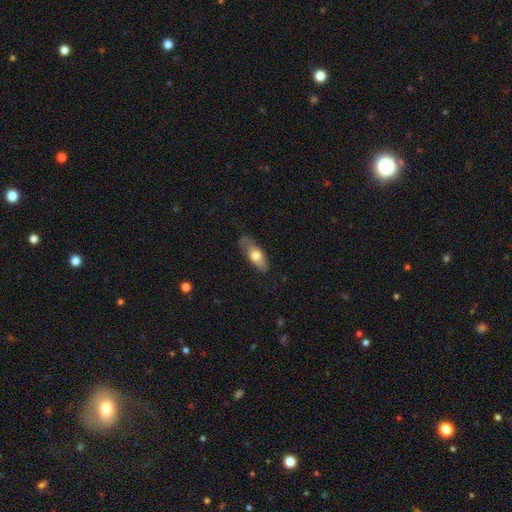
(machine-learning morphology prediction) A smooth galaxy with no disk features (62%) that is in between round and cigar-shaped (73%). Merging: none (66%).